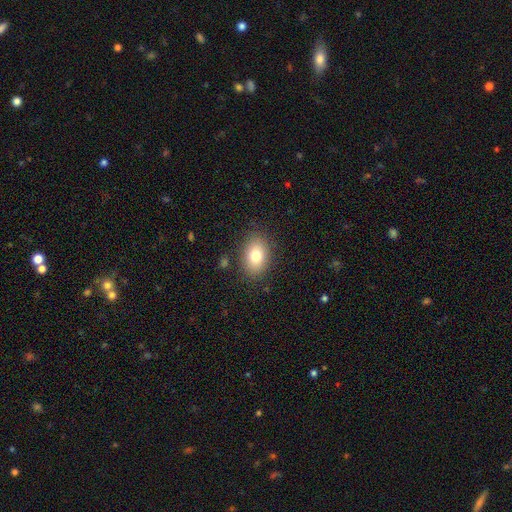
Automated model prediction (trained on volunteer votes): A smooth galaxy with no disk features (79%) that is in between round and cigar-shaped (81%). Merging: none (84%).